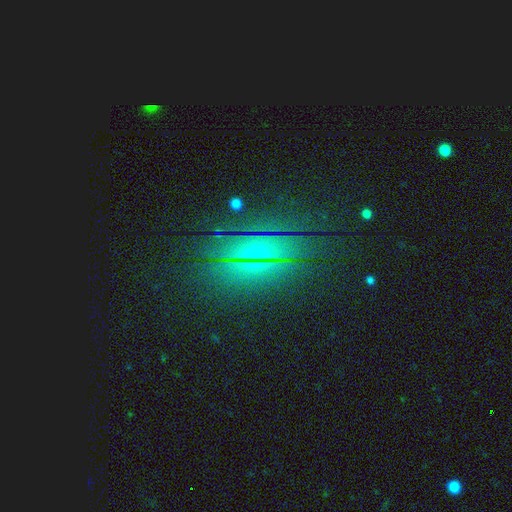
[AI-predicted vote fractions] Morphology: type=star or artifact (43%).